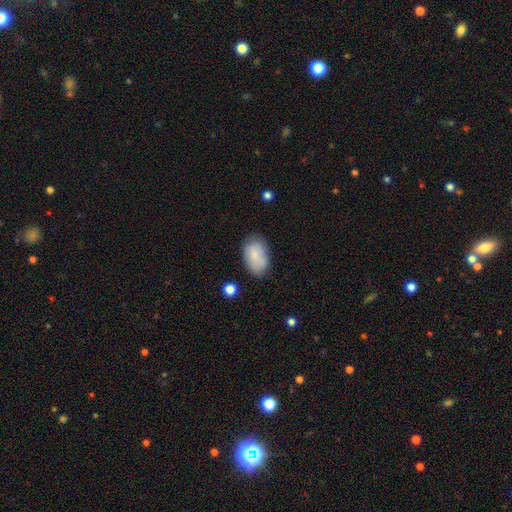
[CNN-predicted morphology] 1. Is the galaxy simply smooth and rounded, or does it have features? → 83% smooth, 10% featured or disk, 7% star or artifact.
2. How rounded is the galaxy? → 91% in between, 7% round, 1% cigar-shaped.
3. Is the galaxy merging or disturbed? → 75% none, 19% minor disturbance, 4% major disturbance, 2% merger.